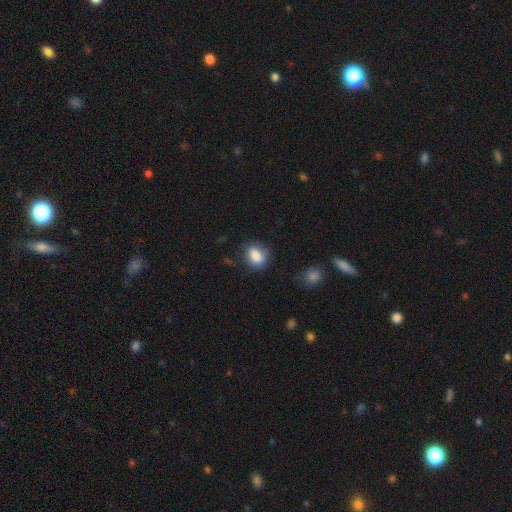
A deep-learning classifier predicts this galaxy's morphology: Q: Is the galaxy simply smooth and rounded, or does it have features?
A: smooth — 85%.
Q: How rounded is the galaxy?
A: in between — 73%.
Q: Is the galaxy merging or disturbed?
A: none — 74%.